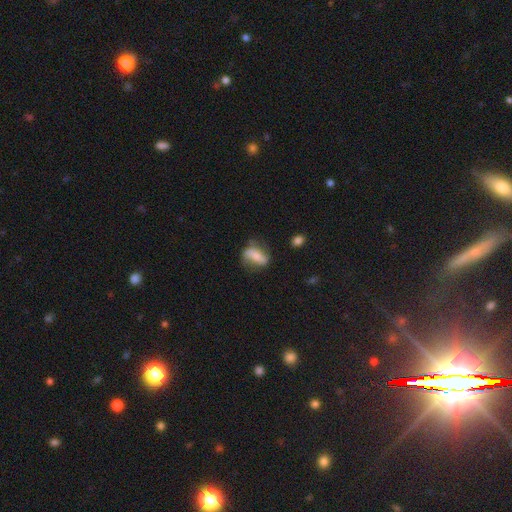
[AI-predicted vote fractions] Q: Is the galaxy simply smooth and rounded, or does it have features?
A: smooth — 46%, tied with featured or disk.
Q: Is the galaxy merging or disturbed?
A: none — 60%.